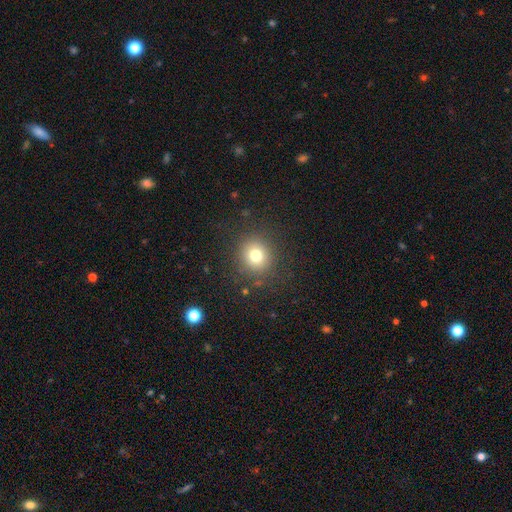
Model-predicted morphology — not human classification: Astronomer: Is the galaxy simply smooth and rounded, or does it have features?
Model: smooth — 75%.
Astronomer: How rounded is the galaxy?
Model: round — 88%.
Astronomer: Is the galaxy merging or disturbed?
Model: none — 87%.